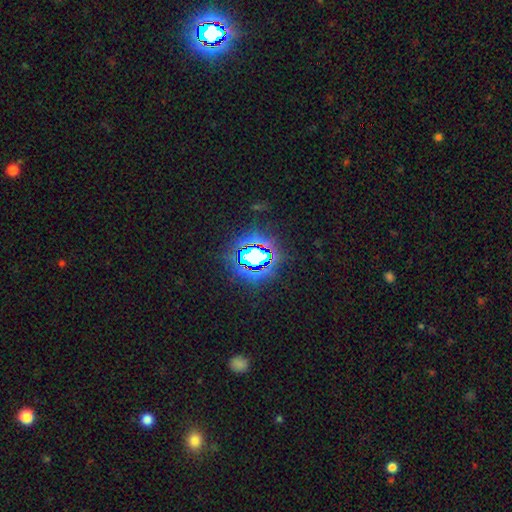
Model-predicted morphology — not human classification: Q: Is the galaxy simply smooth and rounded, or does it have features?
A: star or artifact — 74%.